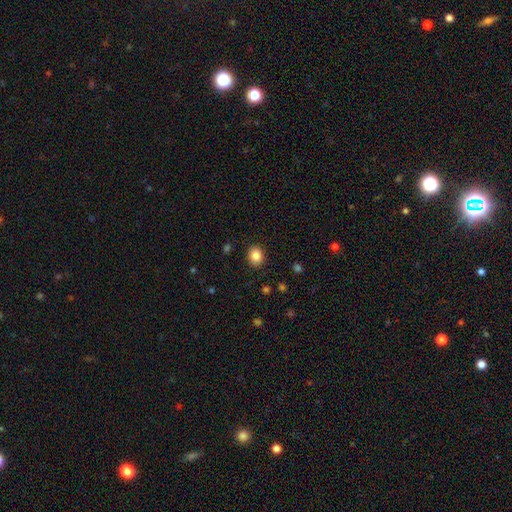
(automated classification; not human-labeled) smooth 86%, star or artifact 9%, featured or disk 4%. Down the decision tree: how rounded — round (54%); merging — none (89%).